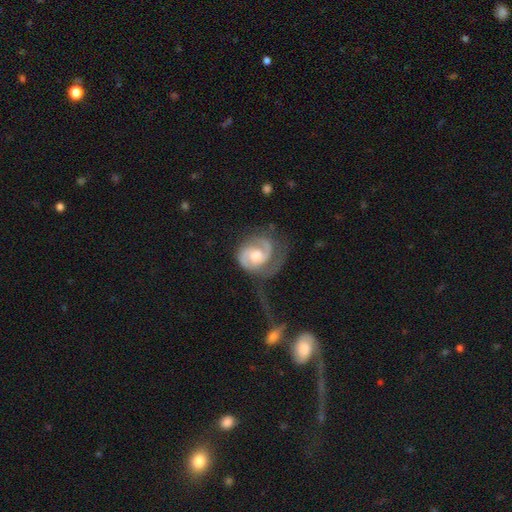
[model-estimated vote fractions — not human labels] This appears to be a featured or disk galaxy (85%) with no bar (58%), 2 (66%) tight (43%) spiral arms (95%) and a moderate central bulge (70%). Merging: none (42%).